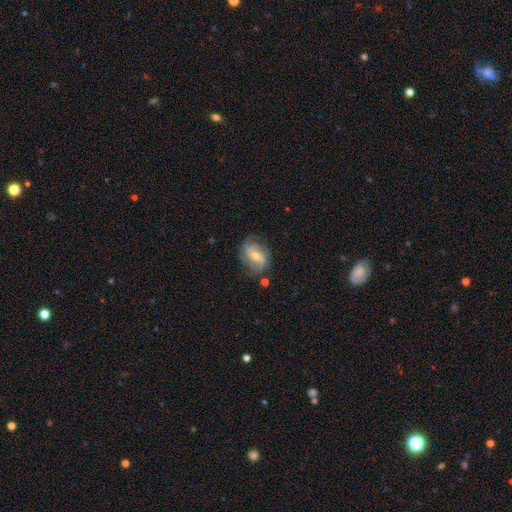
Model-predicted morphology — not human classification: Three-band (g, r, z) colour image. It shows a featured or disk galaxy (65%) with a weak bar (44%), 2 (64%) loose (42%) spiral arms (82%) and a moderate central bulge (60%). Merging: none (65%).